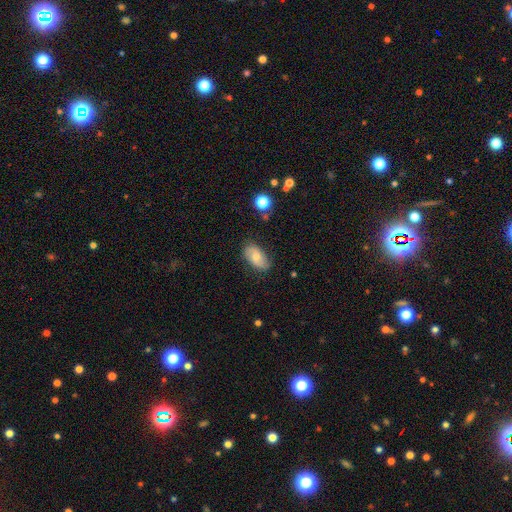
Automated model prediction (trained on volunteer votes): This is possibly a smooth galaxy (55%). How rounded: clearly in between (92%). Merging: likely none (77%).